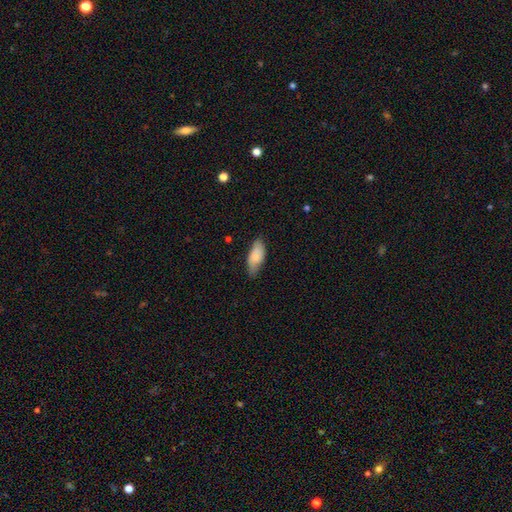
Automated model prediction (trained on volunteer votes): smooth_or_featured: smooth (p=0.76) [alt: featured or disk p=0.17]
how_rounded: in between (p=0.86) [alt: cigar-shaped p=0.12]
merging: none (p=0.68) [alt: minor disturbance p=0.27]